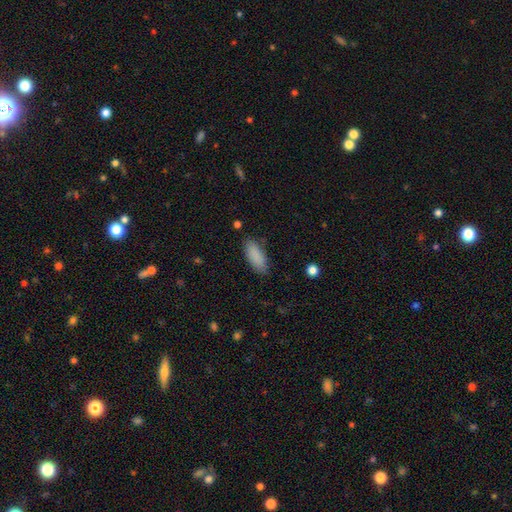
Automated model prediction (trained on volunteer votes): Smooth or featured?
  - smooth: 89% *
  - star or artifact: 7%
  - featured or disk: 5%
How rounded?
  - in between: 78% *
  - cigar-shaped: 20%
  - round: 2%
Merging?
  - none: 84% *
  - minor disturbance: 12%
  - major disturbance: 3%
  - merger: 1%